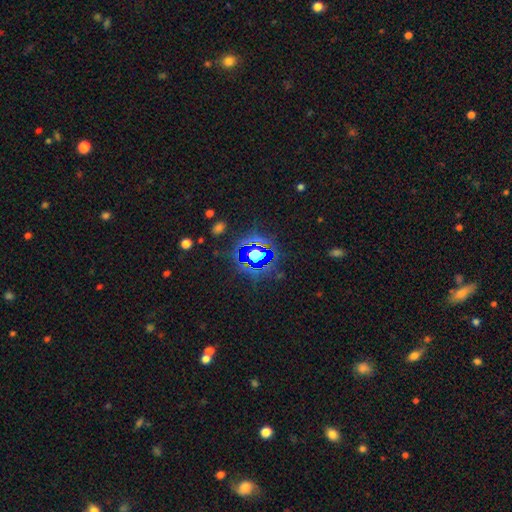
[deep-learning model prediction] Smooth or featured: star or artifact — 78% (smooth — 13%)